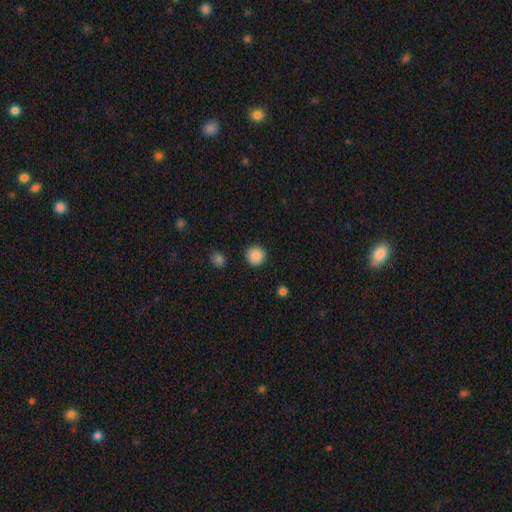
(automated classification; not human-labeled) This is clearly a smooth galaxy (88%). How rounded: clearly round (94%). Merging: clearly none (91%).